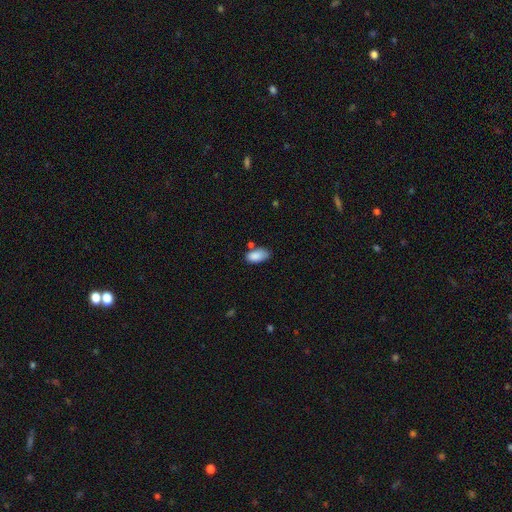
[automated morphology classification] A smooth galaxy with no disk features (86%) that is in between round and cigar-shaped (93%).

Vote fractions:
- Smooth or featured? smooth: 86% / star or artifact: 8% / featured or disk: 6%
- How rounded? in between: 93% / round: 4% / cigar-shaped: 3%
- Merging? none: 59% / minor disturbance: 24% / merger: 11% / major disturbance: 6%